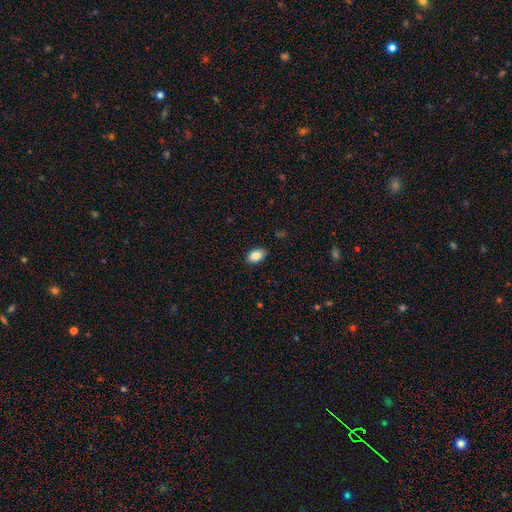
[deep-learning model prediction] This is clearly a smooth galaxy (86%). How rounded: clearly in between (91%). Merging: clearly none (88%).